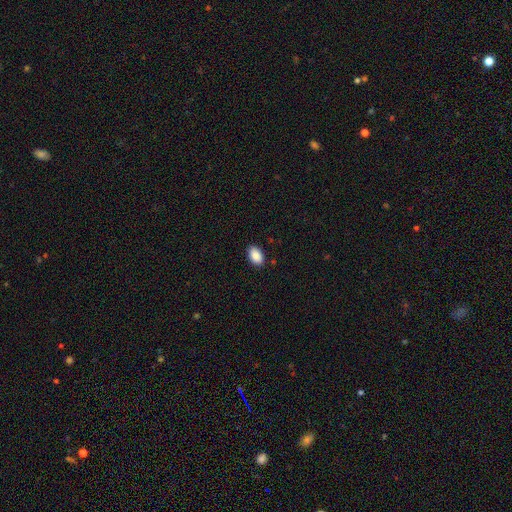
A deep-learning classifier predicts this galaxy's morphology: smooth-or-featured: smooth: 90% | star or artifact: 7% | featured or disk: 3%
  how-rounded: in between: 93% | round: 6% | cigar-shaped: 1%
  merging: none: 89% | minor disturbance: 8% | major disturbance: 2% | merger: 1%